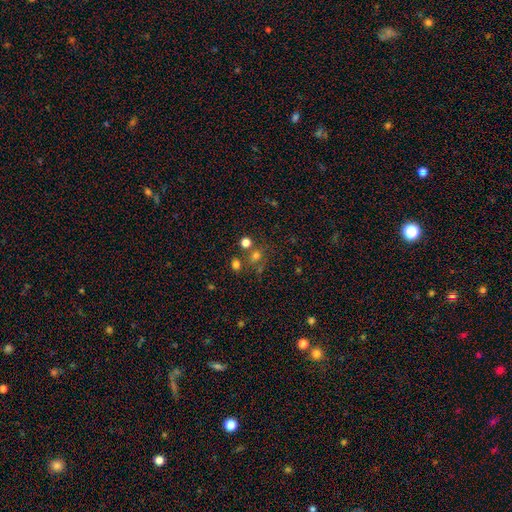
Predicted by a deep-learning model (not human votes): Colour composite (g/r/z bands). It shows a smooth galaxy with no disk features (64%) that is round (73%). Merging: none (62%).